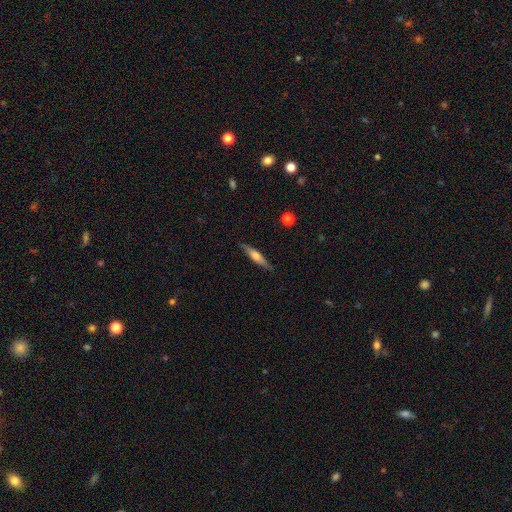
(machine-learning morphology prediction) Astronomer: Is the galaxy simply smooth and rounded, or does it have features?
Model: featured or disk — 52% (runner-up: smooth, 42%).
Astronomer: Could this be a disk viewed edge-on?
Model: yes — 95%.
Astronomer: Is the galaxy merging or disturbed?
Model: none — 87%.